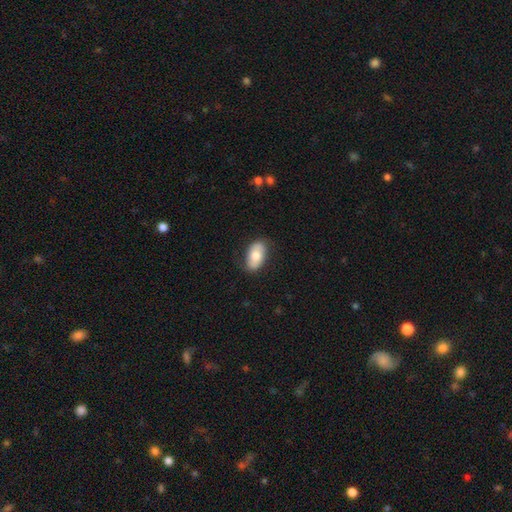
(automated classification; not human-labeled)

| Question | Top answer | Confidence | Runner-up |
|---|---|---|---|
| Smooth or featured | smooth | 72% | featured or disk (22%) |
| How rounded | in between | 93% | round (5%) |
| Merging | none | 82% | minor disturbance (14%) |